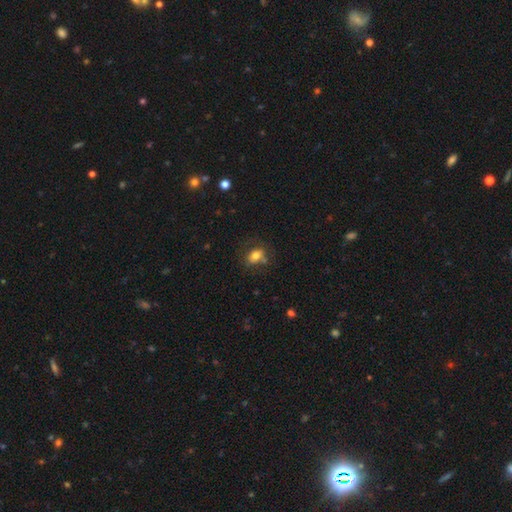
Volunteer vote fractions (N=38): Smooth or featured?
  - smooth: 74% *
  - featured or disk: 18%
  - star or artifact: 8%
How rounded?
  - in between: 61% *
  - round: 39%
  - cigar-shaped: 0%
Merging?
  - none: 54% *
  - minor disturbance: 29%
  - merger: 14%
  - major disturbance: 3%